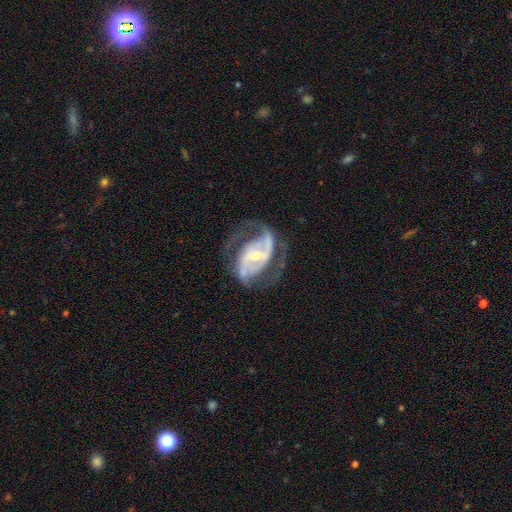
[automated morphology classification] A featured or disk galaxy (88%) with a weak bar (38%, tied with strong), 2 (79%) medium (52%) spiral arms (94%) and a small central bulge (50%). Merging: none (59%).